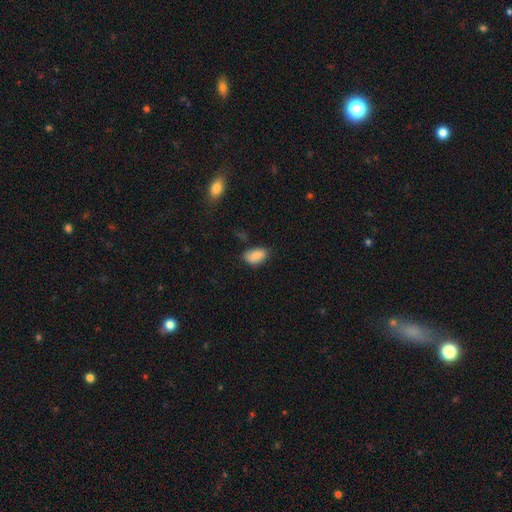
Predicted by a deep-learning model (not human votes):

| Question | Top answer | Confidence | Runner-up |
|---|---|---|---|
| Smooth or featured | smooth | 84% | featured or disk (8%) |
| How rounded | in between | 92% | round (6%) |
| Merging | none | 68% | minor disturbance (25%) |